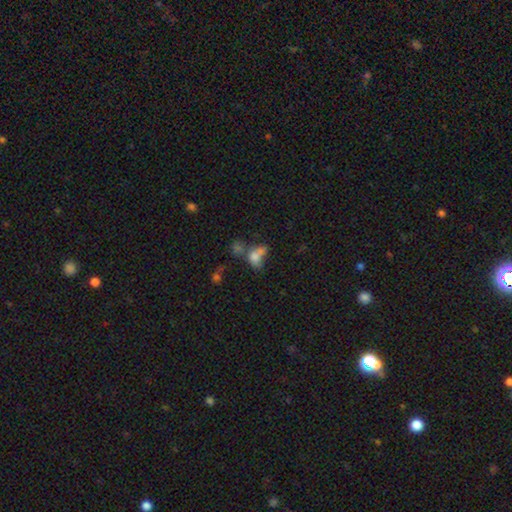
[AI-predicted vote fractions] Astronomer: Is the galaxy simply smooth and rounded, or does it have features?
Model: smooth — 66%.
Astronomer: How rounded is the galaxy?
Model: in between — 65%.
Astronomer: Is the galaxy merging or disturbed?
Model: merger — 48%.